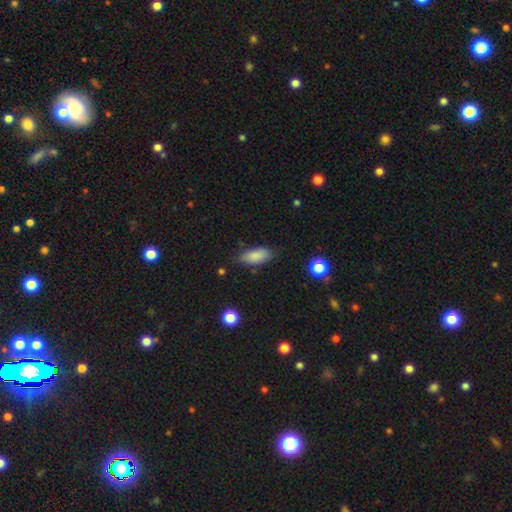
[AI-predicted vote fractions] Smooth or featured? smooth (85%)
How rounded? in between (83%)
Merging? none (75%)